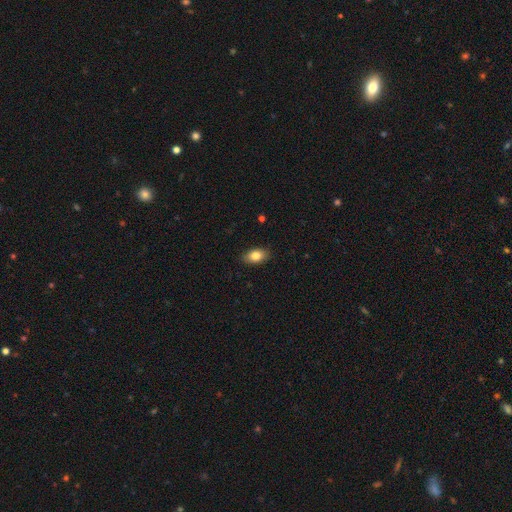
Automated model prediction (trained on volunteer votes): Q: Smooth or featured?
A: smooth (84%); runner-up: featured or disk (9%)
Q: How rounded?
A: in between (89%); runner-up: round (9%)
Q: Merging?
A: none (88%); runner-up: minor disturbance (9%)